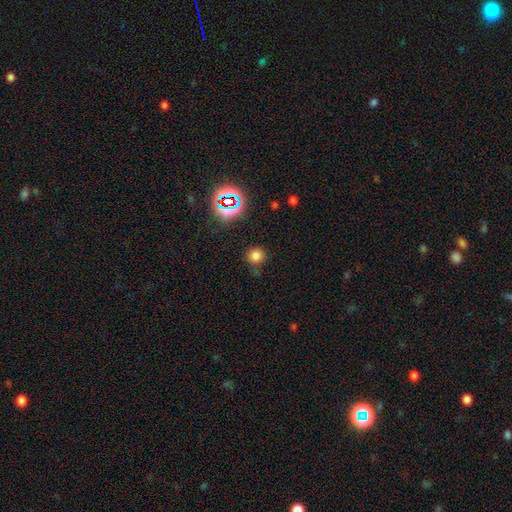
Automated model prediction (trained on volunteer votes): smooth-or-featured: smooth: 72% | star or artifact: 22% | featured or disk: 6%
  how-rounded: round: 91% | in between: 8% | cigar-shaped: 1%
  merging: none: 80% | minor disturbance: 12% | major disturbance: 4% | merger: 3%